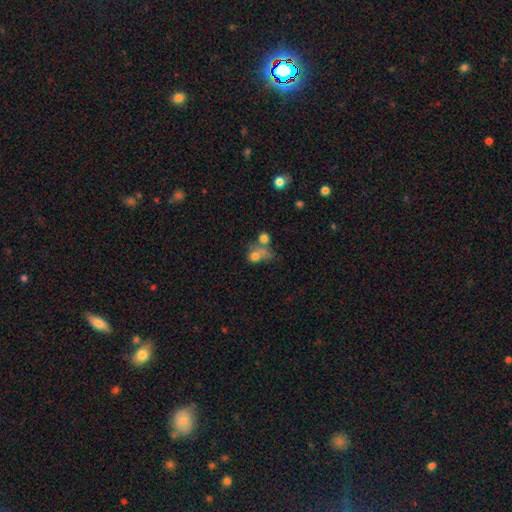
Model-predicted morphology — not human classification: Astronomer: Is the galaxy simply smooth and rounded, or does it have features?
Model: smooth — 69%.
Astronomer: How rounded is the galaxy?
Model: in between — 49% (runner-up: round, 48%).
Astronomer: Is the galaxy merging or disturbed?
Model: merger — 44% (runner-up: none, 24%).